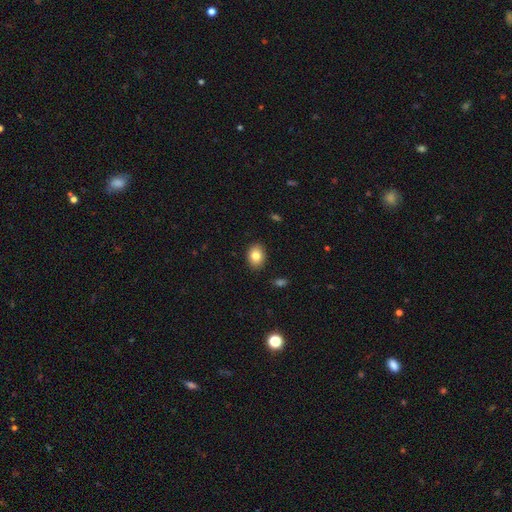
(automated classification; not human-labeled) Smooth or featured? Predicted: smooth (p=0.82). How rounded? Predicted: in between (p=0.67). Merging? Predicted: none (p=0.89).